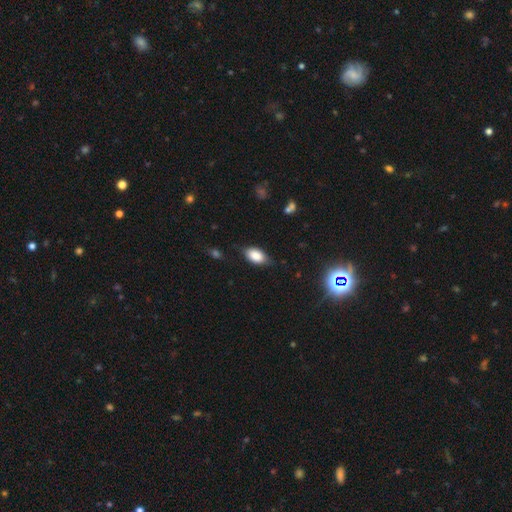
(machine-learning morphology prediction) Smooth or featured? Predicted: smooth (p=0.84). How rounded? Predicted: in between (p=0.91). Merging? Predicted: none (p=0.74).